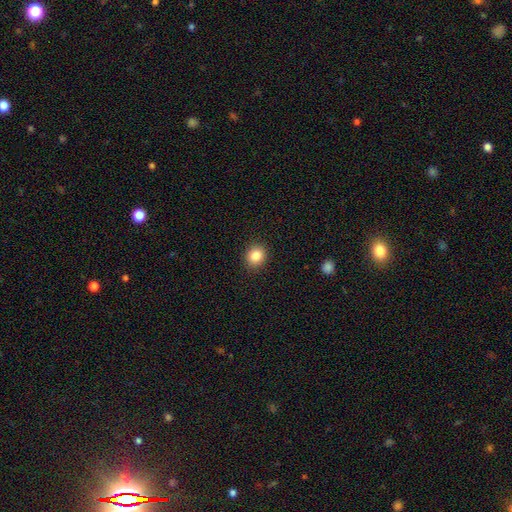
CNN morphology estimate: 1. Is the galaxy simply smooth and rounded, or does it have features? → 86% smooth, 10% star or artifact, 5% featured or disk.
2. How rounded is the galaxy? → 75% round, 24% in between, 1% cigar-shaped.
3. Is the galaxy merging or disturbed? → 91% none, 6% minor disturbance, 2% major disturbance, 1% merger.